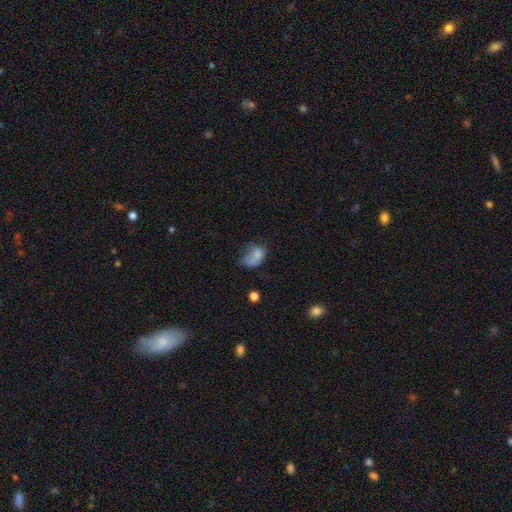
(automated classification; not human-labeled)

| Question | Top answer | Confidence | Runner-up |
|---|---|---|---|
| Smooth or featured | smooth | 67% | featured or disk (21%) |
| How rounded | in between | 79% | round (19%) |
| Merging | major disturbance | 33% | minor disturbance (28%) |